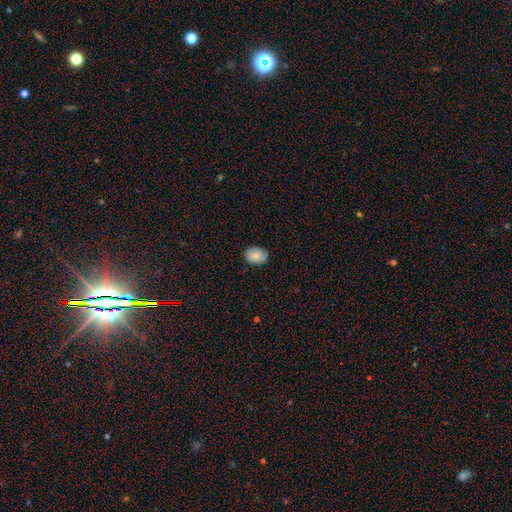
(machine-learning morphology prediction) This appears to be a smooth galaxy with no disk features (81%) that is in between round and cigar-shaped (65%). Merging: none (83%).